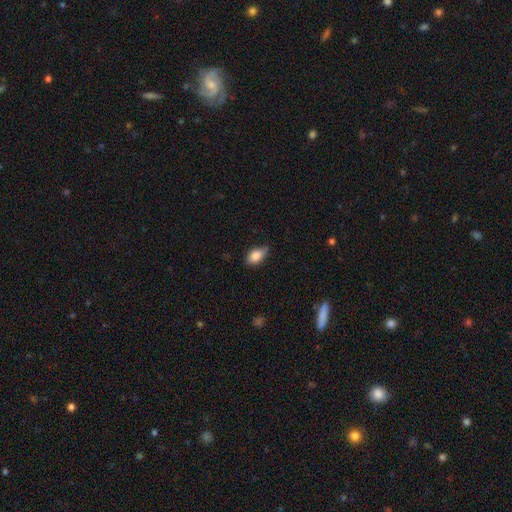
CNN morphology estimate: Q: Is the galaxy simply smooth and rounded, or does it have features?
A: smooth — 84%.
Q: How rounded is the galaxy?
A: in between — 89%.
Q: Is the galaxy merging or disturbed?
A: none — 69%.